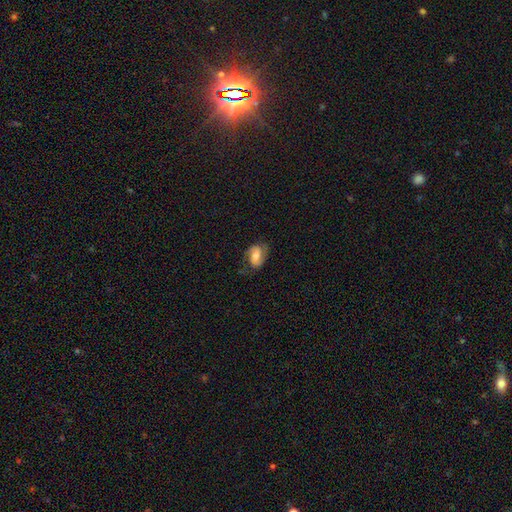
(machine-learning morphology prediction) The model was most divided on "bar": no: 44%, weak: 39%, strong: 18%. Remaining: edge-on disk — no (97%); spiral arms — yes (89%); spiral arm count — 2 (86%); merging — none (70%); bulge size — moderate (60%); smooth or featured — featured or disk (58%); spiral winding — medium (44%).